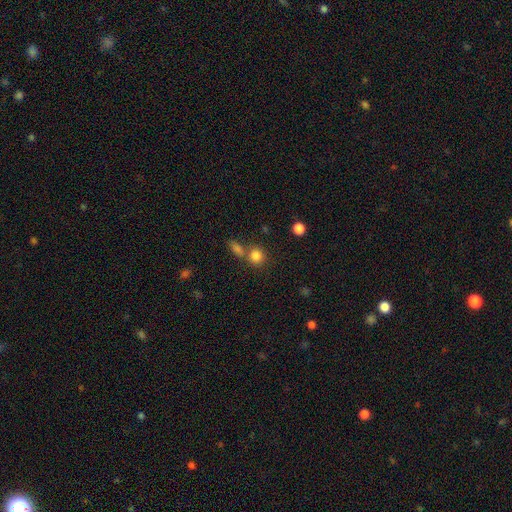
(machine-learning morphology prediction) smooth-or-featured: smooth: 82% | star or artifact: 11% | featured or disk: 6%
  how-rounded: round: 83% | in between: 16% | cigar-shaped: 1%
  merging: none: 58% | merger: 30% | minor disturbance: 9% | major disturbance: 4%